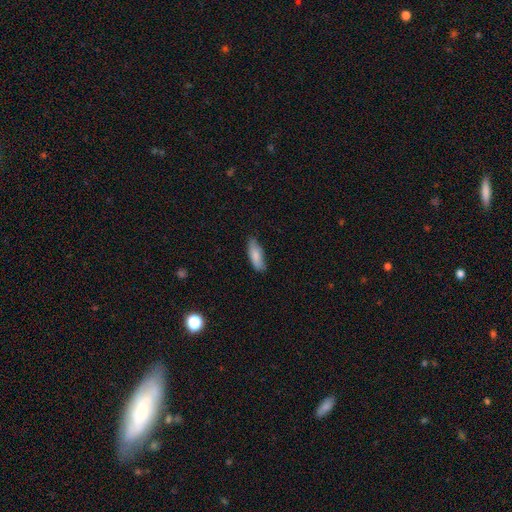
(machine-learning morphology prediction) smooth 83%, featured or disk 11%, star or artifact 6%. Down the decision tree: how rounded — in between (64%); merging — none (76%).